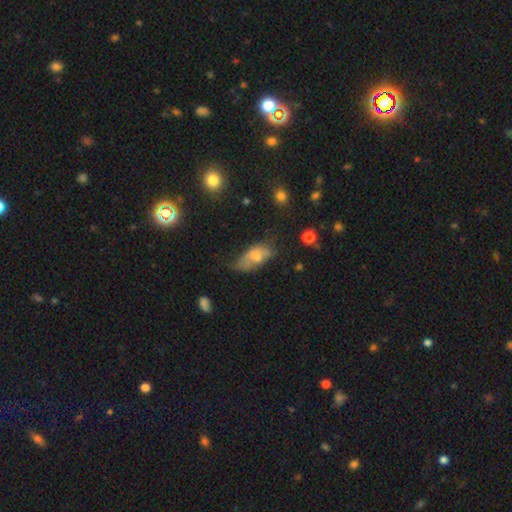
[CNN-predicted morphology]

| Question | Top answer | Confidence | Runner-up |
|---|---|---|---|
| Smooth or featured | smooth | 63% | featured or disk (27%) |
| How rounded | in between | 88% | cigar-shaped (8%) |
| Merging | minor disturbance | 36% | none (31%) |